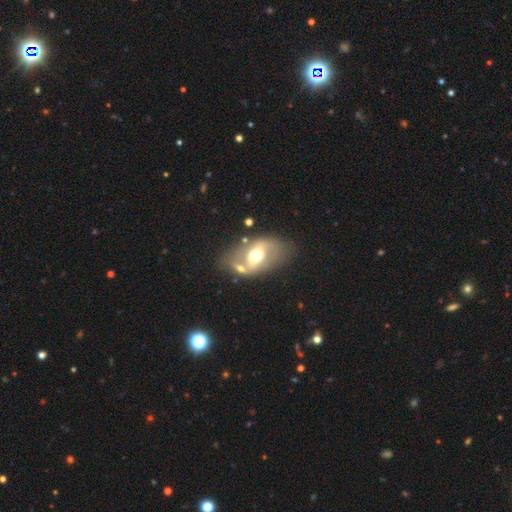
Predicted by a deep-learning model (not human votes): smooth_or_featured: featured or disk (p=0.61) [alt: smooth p=0.32]
disk_edge_on: no (p=0.91) [alt: yes p=0.09]
bar: weak (p=0.34) [tied with: strong p=0.34]
has_spiral_arms: no (p=0.61) [alt: yes p=0.39]
bulge_size: moderate (p=0.63) [alt: large p=0.27]
merging: none (p=0.60) [alt: minor disturbance p=0.19]